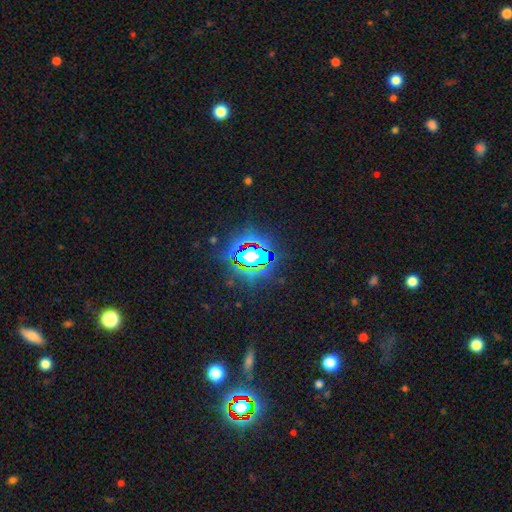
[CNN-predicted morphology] Smooth or featured?
  - star or artifact: 83% *
  - smooth: 10%
  - featured or disk: 7%